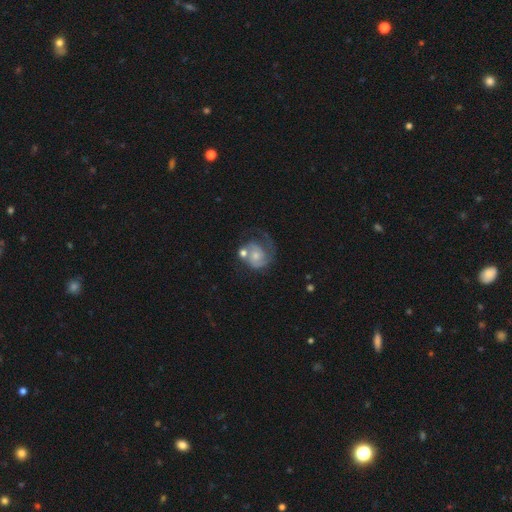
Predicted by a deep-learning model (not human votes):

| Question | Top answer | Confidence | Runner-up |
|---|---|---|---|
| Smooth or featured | featured or disk | 73% | smooth (21%) |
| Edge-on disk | no | 98% | yes (2%) |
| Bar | no | 70% | weak (26%) |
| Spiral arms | yes | 89% | no (11%) |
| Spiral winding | medium | 41% | tight (38%) |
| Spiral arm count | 2 | 43% | 1 (37%) |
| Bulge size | moderate | 44% | small (42%) |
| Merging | none | 38% | major disturbance (24%) |